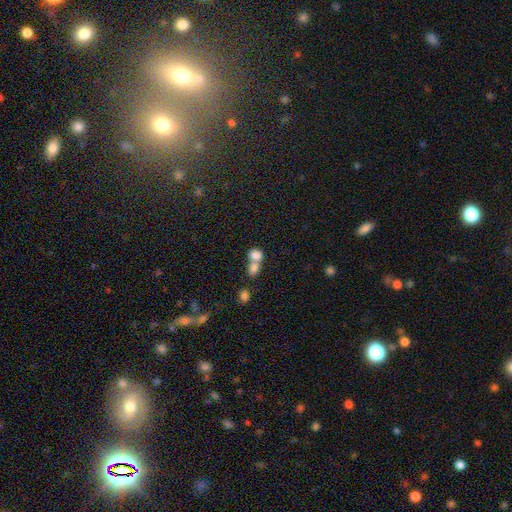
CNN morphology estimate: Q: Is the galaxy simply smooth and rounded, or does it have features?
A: smooth — 80%.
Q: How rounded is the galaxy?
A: in between — 50%.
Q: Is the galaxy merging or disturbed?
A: merger — 67%.